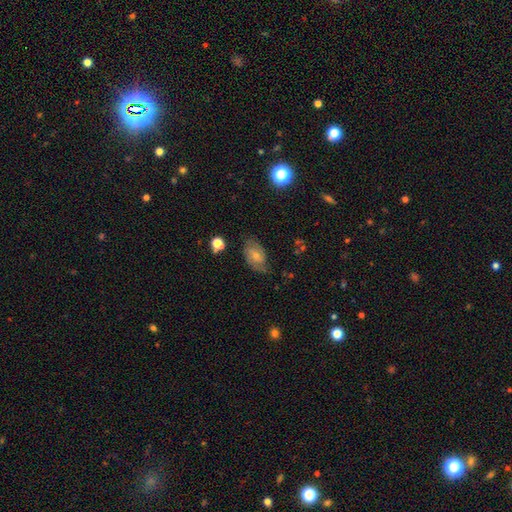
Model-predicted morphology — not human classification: This is possibly a featured or disk galaxy (46%). Merging: likely none (61%).